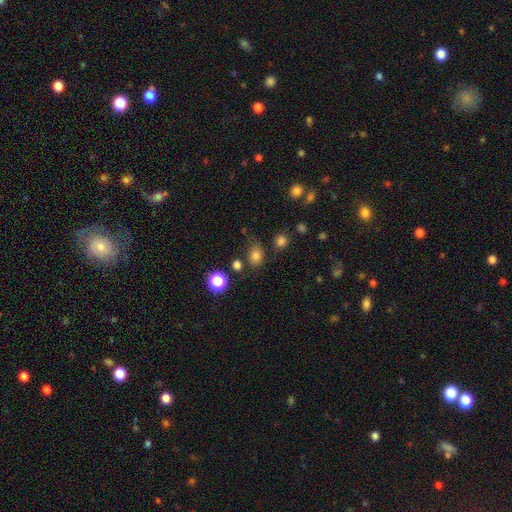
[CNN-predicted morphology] smooth 78%, star or artifact 15%, featured or disk 7%. Down the decision tree: how rounded — in between (59%); merging — none (66%).